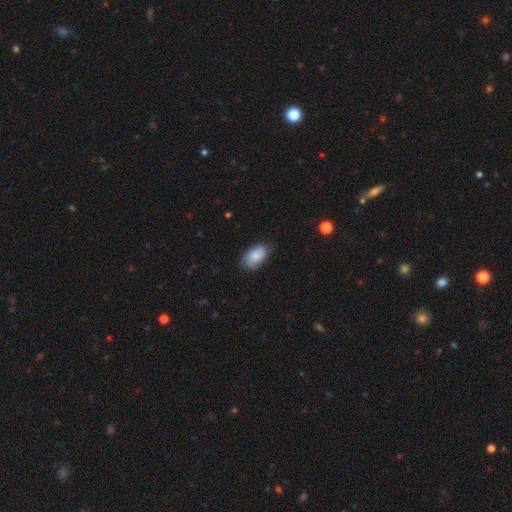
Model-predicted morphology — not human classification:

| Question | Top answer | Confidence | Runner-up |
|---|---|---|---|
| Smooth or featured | smooth | 76% | featured or disk (17%) |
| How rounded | in between | 93% | round (6%) |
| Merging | none | 74% | minor disturbance (21%) |